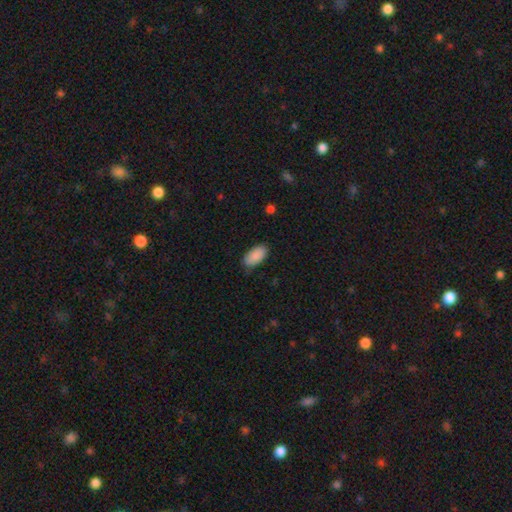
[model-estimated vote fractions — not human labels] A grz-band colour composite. It shows a smooth galaxy with no disk features (89%) that is in between round and cigar-shaped (94%). Merging: none (80%).